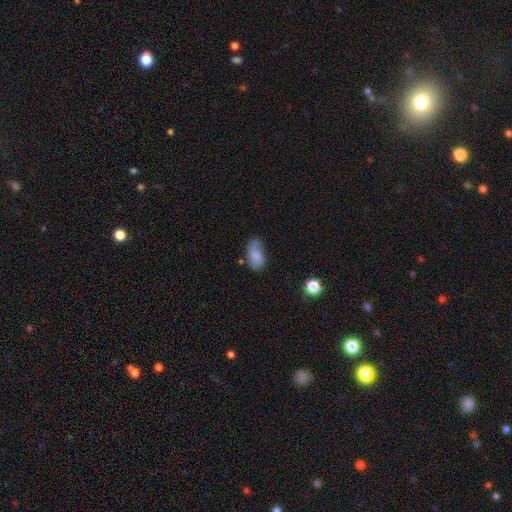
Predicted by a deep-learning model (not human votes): This is likely a smooth galaxy (66%). How rounded: clearly in between (92%). Merging: possibly none (51%).